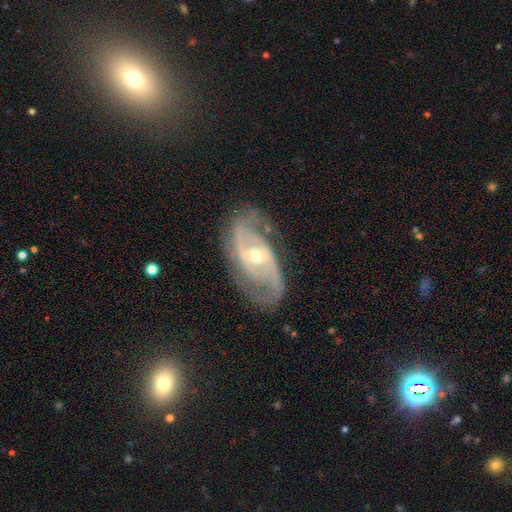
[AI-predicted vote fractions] A featured or disk galaxy (89%) with a weak bar (46%), 2 (75%) medium (51%) spiral arms (97%) and a moderate central bulge (55%). Merging: none (73%).